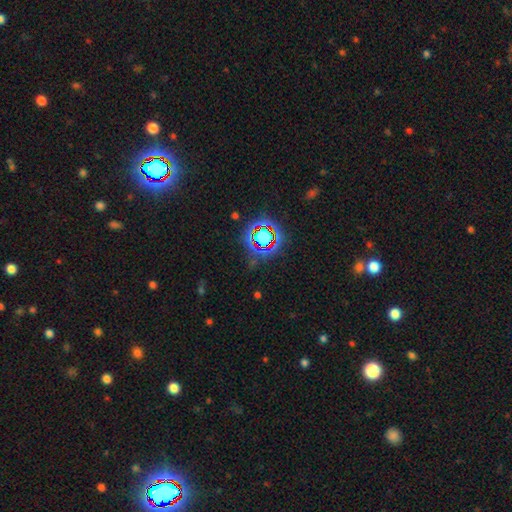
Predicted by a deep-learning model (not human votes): Smooth or featured? star or artifact (78%)